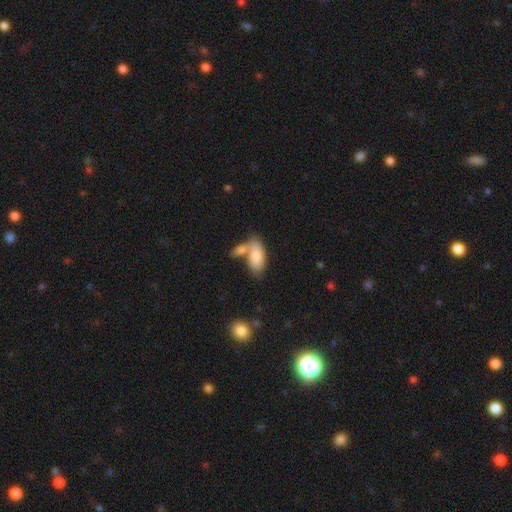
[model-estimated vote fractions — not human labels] Morphology: type=smooth (81%); roundness=in between (92%); merging=merger (44%).